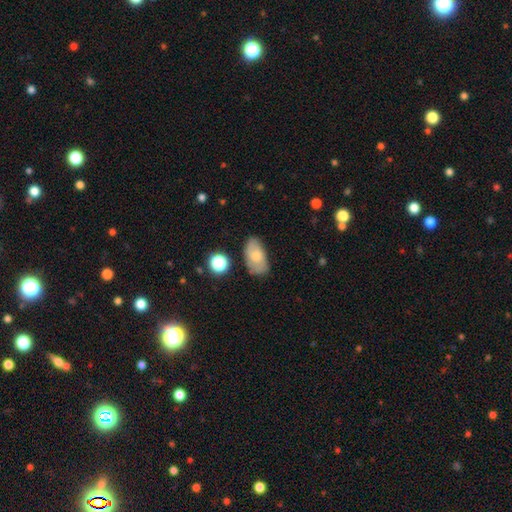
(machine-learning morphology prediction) smooth-or-featured: smooth: 66% | featured or disk: 25% | star or artifact: 8%
  how-rounded: in between: 92% | round: 6% | cigar-shaped: 2%
  merging: none: 67% | minor disturbance: 24% | major disturbance: 6% | merger: 3%